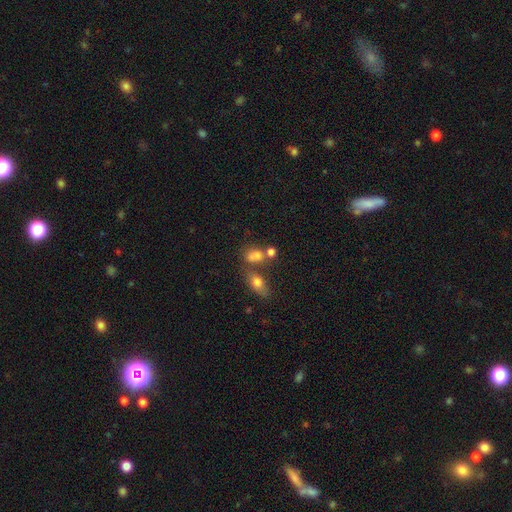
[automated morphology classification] smooth 73%, star or artifact 14%, featured or disk 13%. Down the decision tree: how rounded — in between (67%); merging — none (41%).